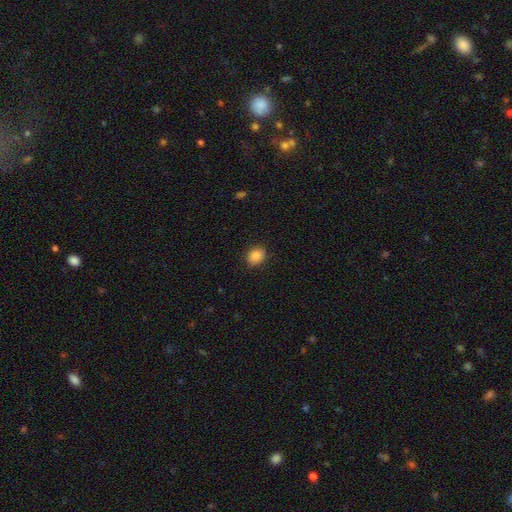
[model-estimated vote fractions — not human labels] smooth 86%, star or artifact 9%, featured or disk 5%. Down the decision tree: how rounded — in between (55%); merging — none (88%).